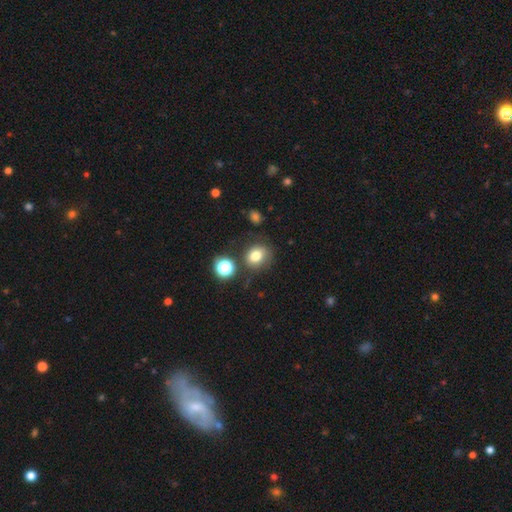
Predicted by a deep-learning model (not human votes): Smooth or featured? Predicted: smooth (p=0.78). How rounded? Predicted: round (p=0.65). Merging? Predicted: none (p=0.73).